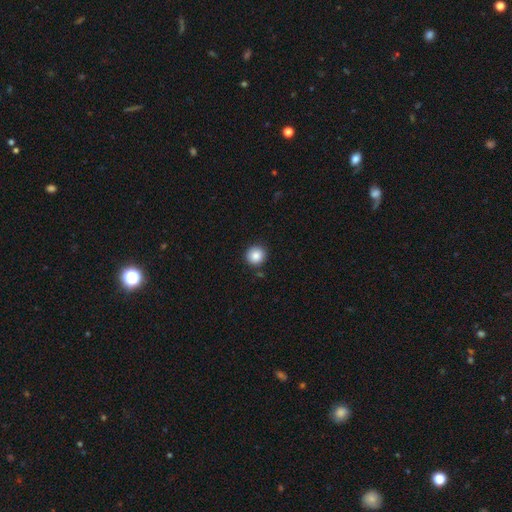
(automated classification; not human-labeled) A smooth galaxy with no disk features (87%) that is round (94%).

Vote fractions:
- Smooth or featured? smooth: 87% / star or artifact: 9% / featured or disk: 4%
- How rounded? round: 94% / in between: 5% / cigar-shaped: 1%
- Merging? none: 89% / minor disturbance: 7% / merger: 2% / major disturbance: 2%